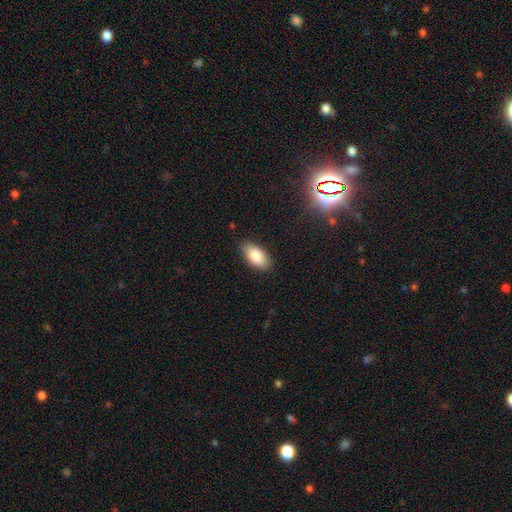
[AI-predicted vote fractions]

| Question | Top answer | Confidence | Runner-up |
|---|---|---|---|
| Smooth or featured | smooth | 87% | star or artifact (7%) |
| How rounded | in between | 93% | cigar-shaped (4%) |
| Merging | none | 84% | minor disturbance (13%) |